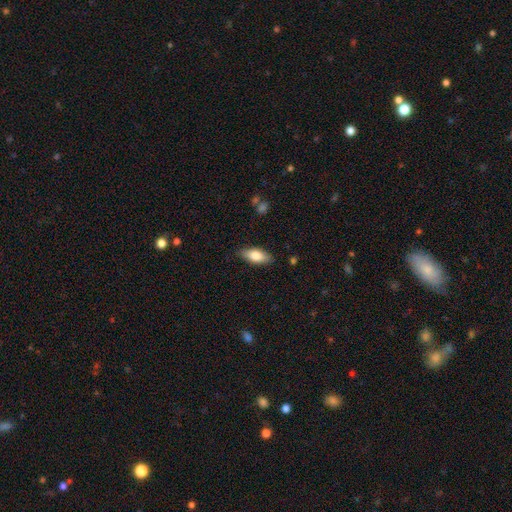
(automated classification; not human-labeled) smooth-or-featured: smooth: 75% | featured or disk: 18% | star or artifact: 6%
  how-rounded: in between: 82% | cigar-shaped: 16% | round: 3%
  merging: none: 85% | minor disturbance: 12% | major disturbance: 2% | merger: 1%